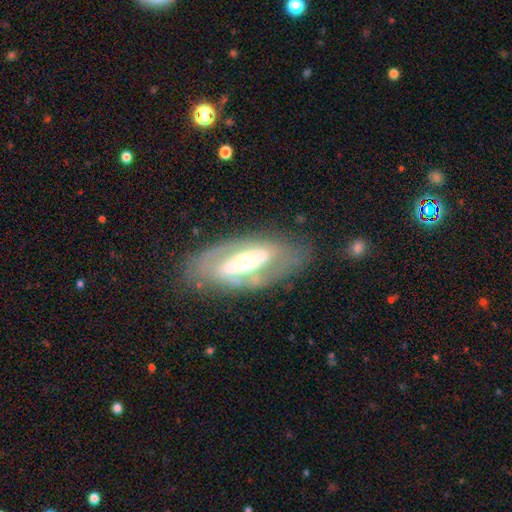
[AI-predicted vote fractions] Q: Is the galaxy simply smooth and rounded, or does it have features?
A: featured or disk — 77%.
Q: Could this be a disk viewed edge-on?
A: no — 86%.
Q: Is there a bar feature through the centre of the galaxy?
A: strong — 39%.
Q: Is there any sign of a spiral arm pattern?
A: yes — 58%.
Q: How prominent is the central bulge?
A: moderate — 59%.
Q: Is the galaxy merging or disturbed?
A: none — 77%.